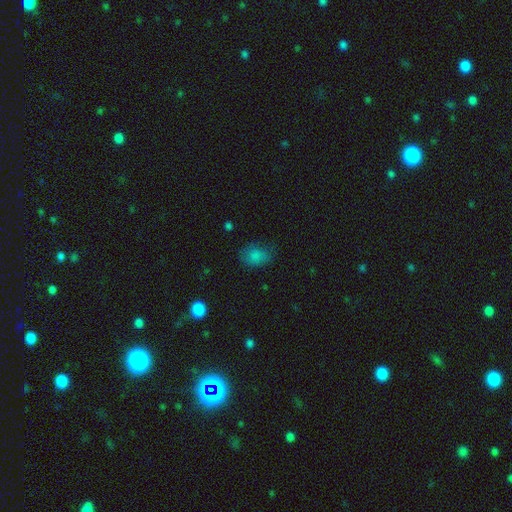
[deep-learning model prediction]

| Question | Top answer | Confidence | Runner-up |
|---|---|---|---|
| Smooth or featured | smooth | 80% | star or artifact (11%) |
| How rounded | in between | 68% | round (31%) |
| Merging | none | 59% | minor disturbance (28%) |